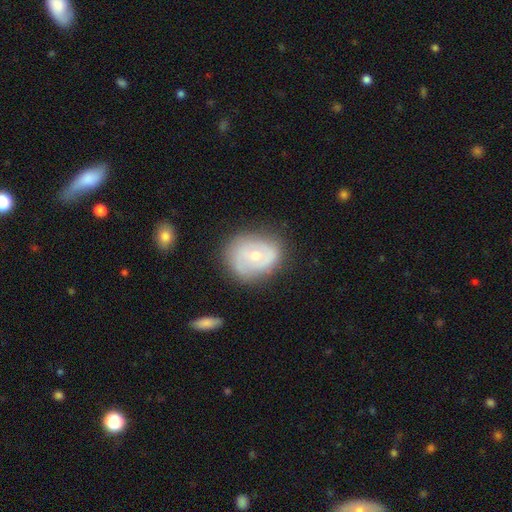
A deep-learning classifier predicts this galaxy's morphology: This appears to be a featured or disk galaxy (60%) with no bar (73%), spiral arms (65%) and a small central bulge (50%). Merging: none (68%).